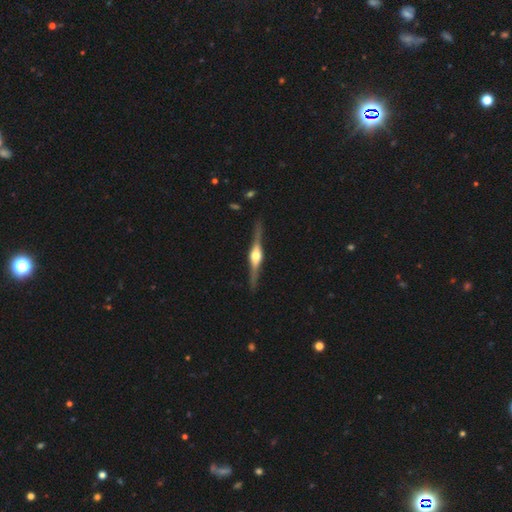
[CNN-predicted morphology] type=featured or disk (85%); edge-on=yes (98%); edge-on bulge=rounded (92%); merging=none (90%).